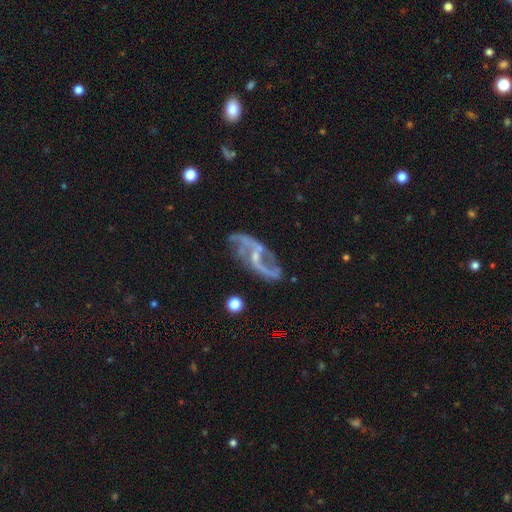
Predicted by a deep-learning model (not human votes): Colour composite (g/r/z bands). It shows a featured or disk galaxy (88%) with no bar (41%), 2 (84%) loose (70%) spiral arms (94%) and a small central bulge (69%). Merging: none (63%).